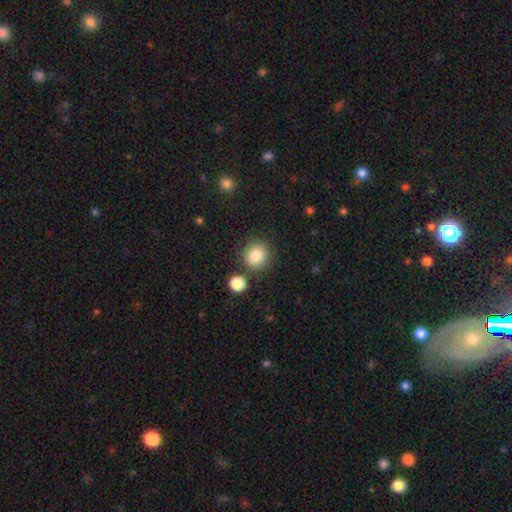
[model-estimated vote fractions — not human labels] smooth 85%, star or artifact 9%, featured or disk 5%. Down the decision tree: how rounded — round (87%); merging — none (80%).